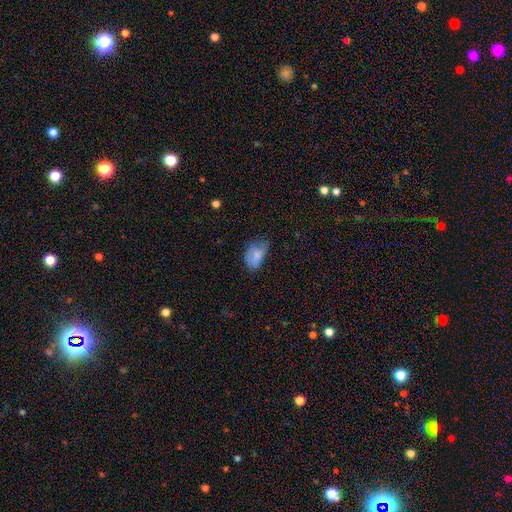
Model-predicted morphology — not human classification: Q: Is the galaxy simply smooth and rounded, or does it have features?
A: smooth — 79%.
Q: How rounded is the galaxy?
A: in between — 90%.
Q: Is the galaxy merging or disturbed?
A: minor disturbance — 42%.